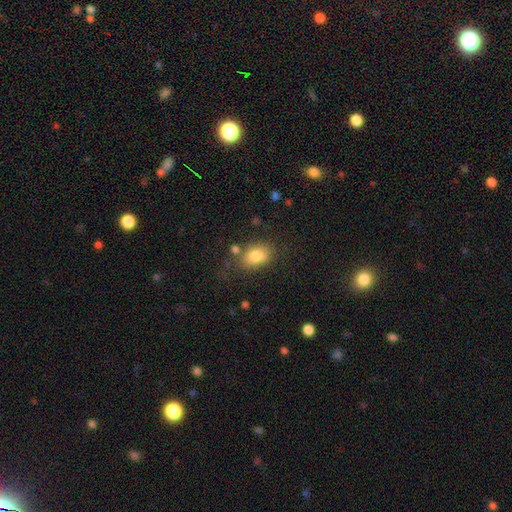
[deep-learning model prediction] Smooth or featured: smooth — 81% (featured or disk — 11%)
How rounded: in between — 81% (round — 18%)
Merging: none — 69% (minor disturbance — 18%)